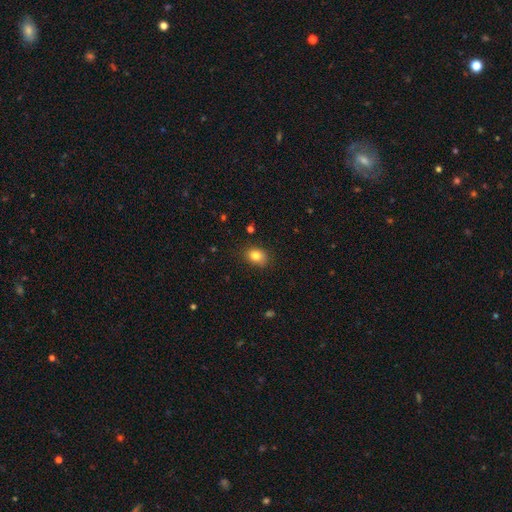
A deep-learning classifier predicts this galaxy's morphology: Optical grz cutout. It shows a smooth galaxy with no disk features (83%) that is in between round and cigar-shaped (60%). Merging: none (84%).